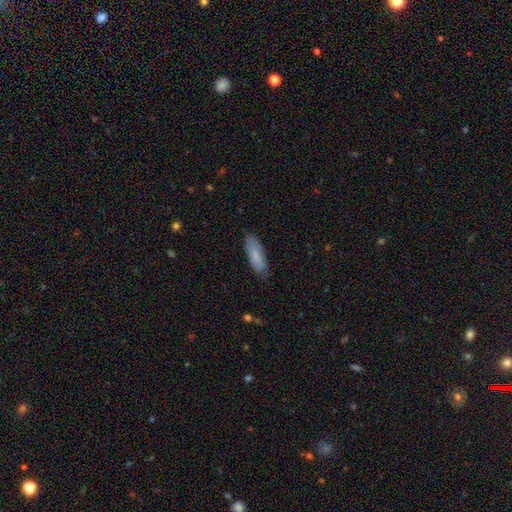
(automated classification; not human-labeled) smooth 81%, featured or disk 13%, star or artifact 6%. Down the decision tree: how rounded — in between (56%); merging — none (80%).